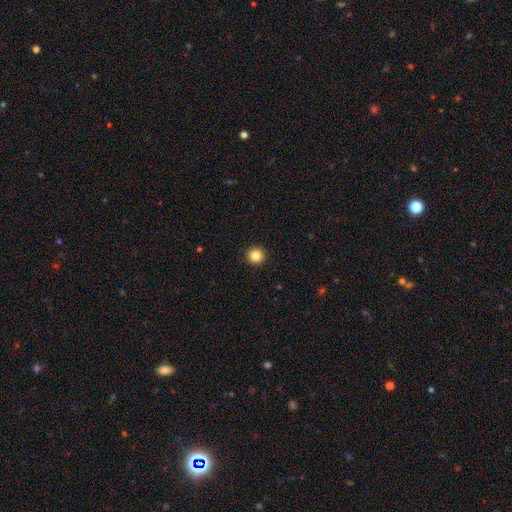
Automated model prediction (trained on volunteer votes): The model was most divided on "smooth or featured": smooth: 84%, star or artifact: 11%, featured or disk: 5%. More confident: how rounded — round (94%); merging — none (93%).